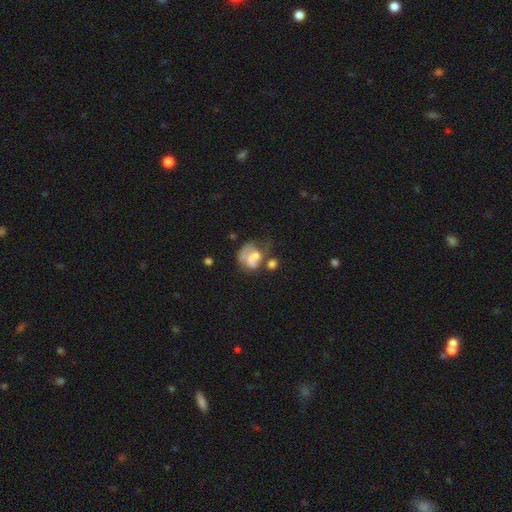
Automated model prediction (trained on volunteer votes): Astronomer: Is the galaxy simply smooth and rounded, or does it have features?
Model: featured or disk — 46% (runner-up: smooth, 42%).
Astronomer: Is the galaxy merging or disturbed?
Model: major disturbance — 36% (runner-up: merger, 24%).